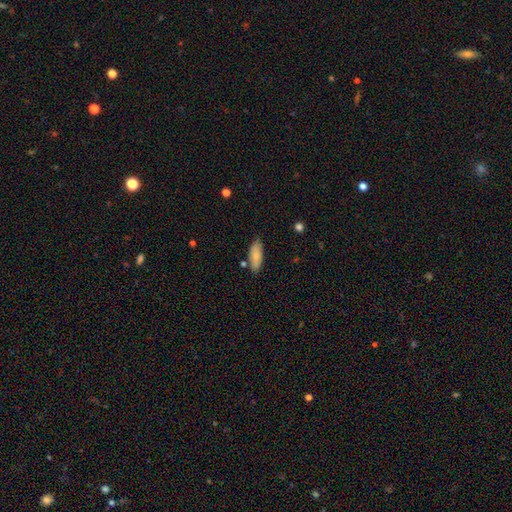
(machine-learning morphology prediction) This appears to be a smooth galaxy with no disk features (79%) that is in between round and cigar-shaped (77%). Merging: none (78%).